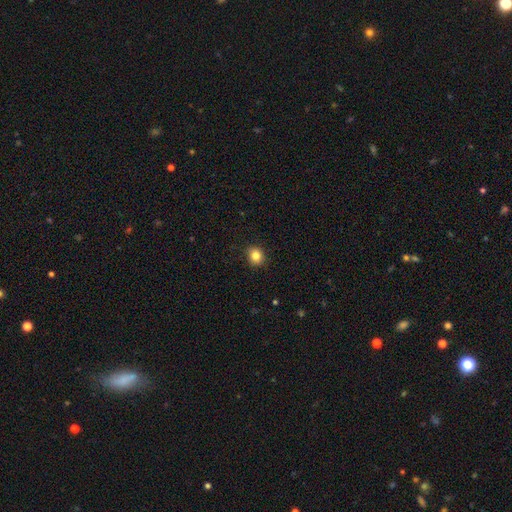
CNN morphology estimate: smooth_or_featured: smooth (p=0.83) [alt: star or artifact p=0.11]
how_rounded: round (p=0.77) [alt: in between p=0.22]
merging: none (p=0.89) [alt: minor disturbance p=0.08]